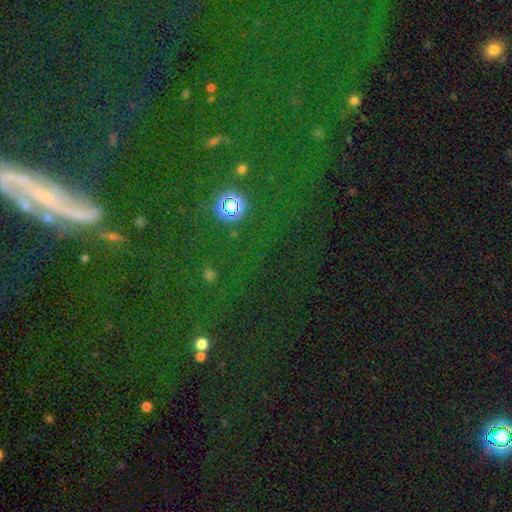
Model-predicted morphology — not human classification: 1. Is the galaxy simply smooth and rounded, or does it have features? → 59% star or artifact, 24% smooth, 17% featured or disk.